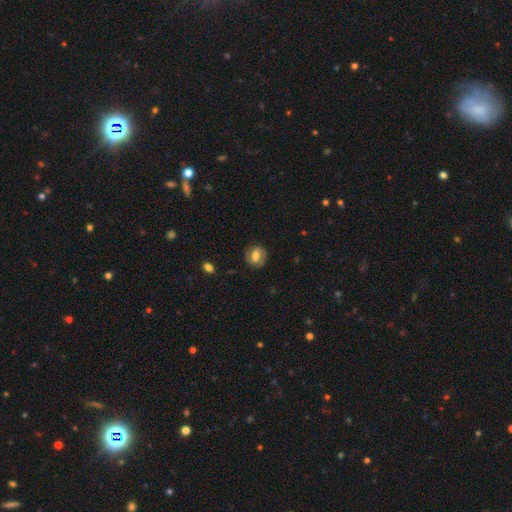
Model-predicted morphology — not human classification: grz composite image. It shows a smooth galaxy with no disk features (51%) that is round (64%). Merging: none (81%).